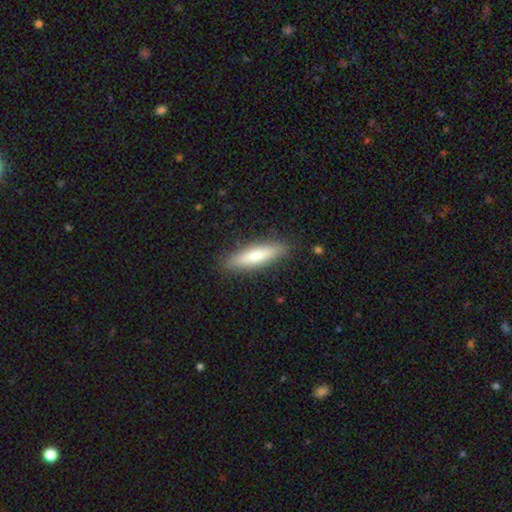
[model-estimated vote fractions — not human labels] Smooth or featured: smooth — 69% (featured or disk — 25%)
How rounded: cigar-shaped — 73% (in between — 25%)
Merging: none — 87% (minor disturbance — 9%)